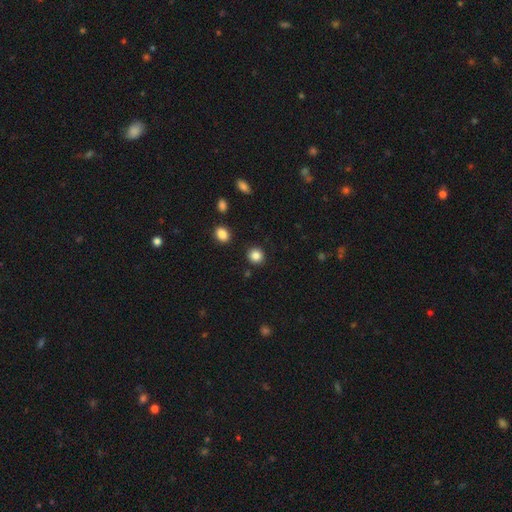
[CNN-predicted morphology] Q: Smooth or featured?
A: smooth (86%); runner-up: star or artifact (10%)
Q: How rounded?
A: round (89%); runner-up: in between (10%)
Q: Merging?
A: none (90%); runner-up: minor disturbance (6%)